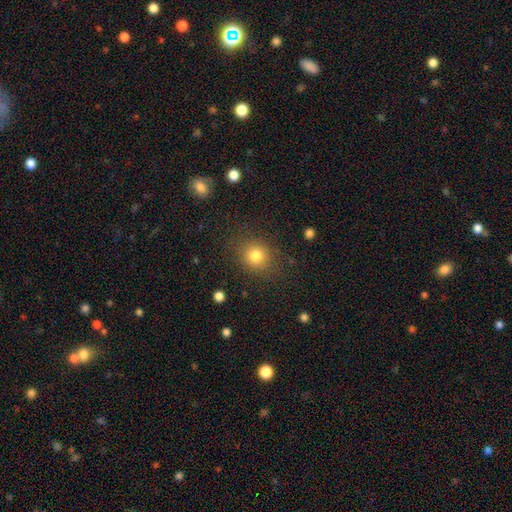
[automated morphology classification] Smooth or featured: smooth — 80% (star or artifact — 13%)
How rounded: round — 83% (in between — 16%)
Merging: none — 85% (minor disturbance — 10%)